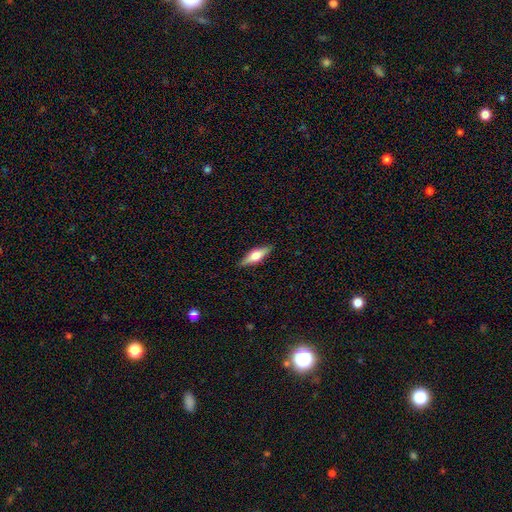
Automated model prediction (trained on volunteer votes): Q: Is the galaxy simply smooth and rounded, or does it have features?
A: featured or disk — 51%.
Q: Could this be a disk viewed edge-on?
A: yes — 94%.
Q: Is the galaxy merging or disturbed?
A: none — 89%.